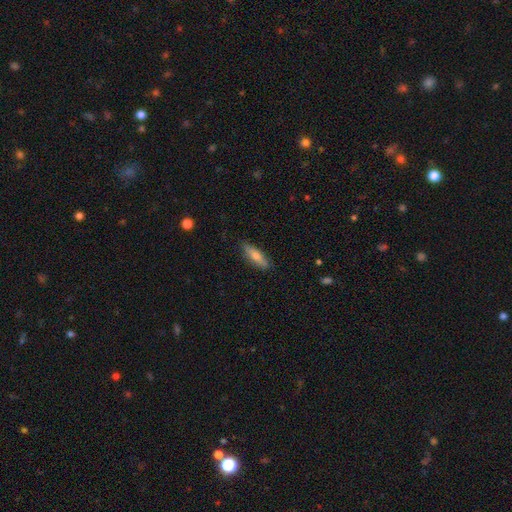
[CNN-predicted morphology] smooth-or-featured: smooth: 65% | featured or disk: 29% | star or artifact: 7%
  how-rounded: cigar-shaped: 64% | in between: 34% | round: 2%
  merging: none: 86% | minor disturbance: 11% | major disturbance: 2% | merger: 1%